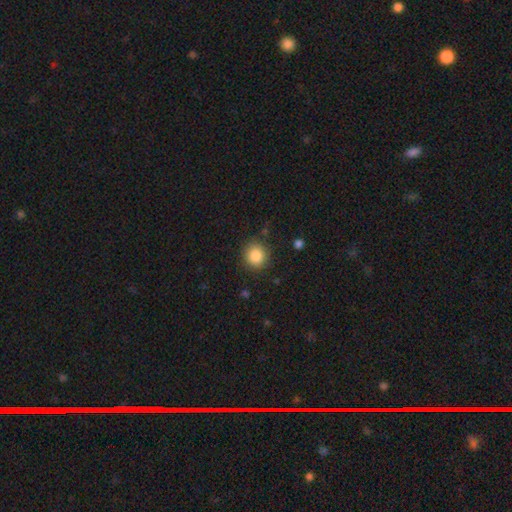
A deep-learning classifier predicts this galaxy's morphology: smooth_or_featured: smooth (p=0.85) [alt: star or artifact p=0.10]
how_rounded: round (p=0.87) [alt: in between p=0.12]
merging: none (p=0.86) [alt: minor disturbance p=0.09]